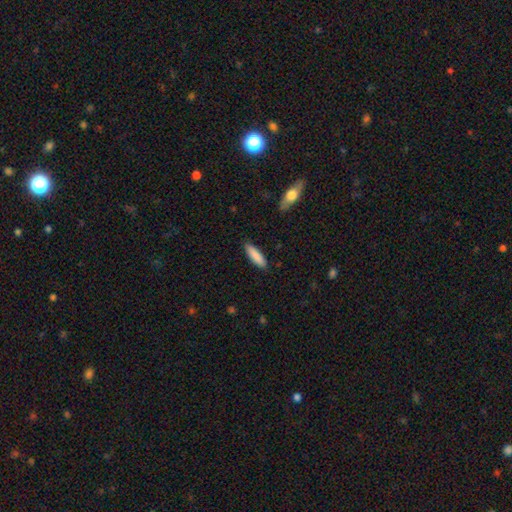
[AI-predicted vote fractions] This is clearly a smooth galaxy (86%). How rounded: likely cigar-shaped (65%). Merging: clearly none (87%).